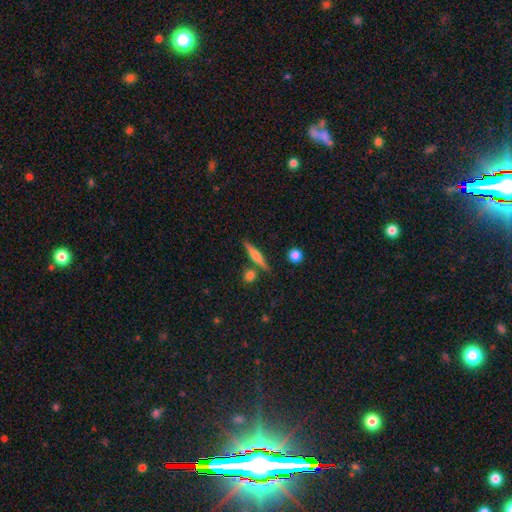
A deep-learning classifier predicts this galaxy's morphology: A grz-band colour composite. It shows a featured or disk galaxy (49%). Merging: none (81%).